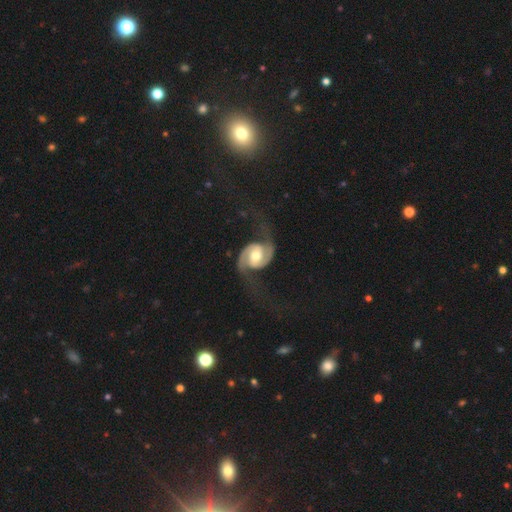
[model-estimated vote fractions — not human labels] This is clearly a featured or disk galaxy (90%). It is clearly not viewed edge-on (98%). Bar: marginally no (43%). Spiral arm pattern: clearly yes (97%). Spiral arm count: clearly 2 (94%). Spiral winding: possibly loose (47%). Central bulge: likely moderate (72%). Merging: likely none (66%).